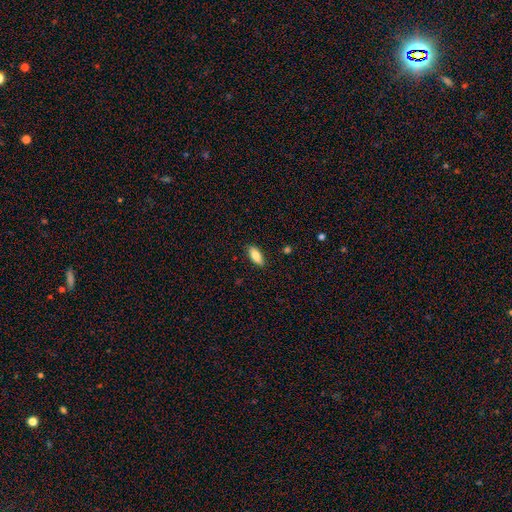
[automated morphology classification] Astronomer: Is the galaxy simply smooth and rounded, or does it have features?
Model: smooth — 84%.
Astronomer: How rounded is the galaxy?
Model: in between — 81%.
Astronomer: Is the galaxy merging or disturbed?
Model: none — 87%.